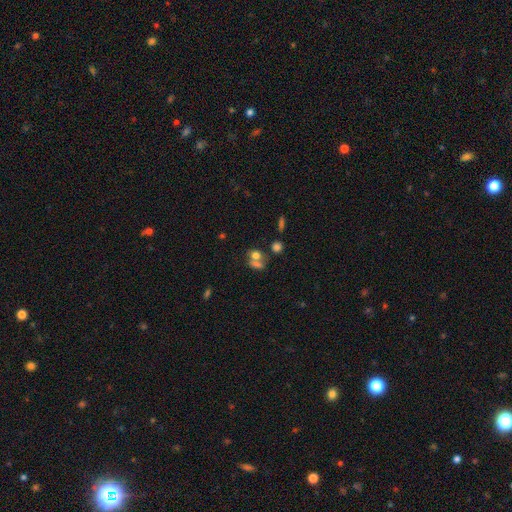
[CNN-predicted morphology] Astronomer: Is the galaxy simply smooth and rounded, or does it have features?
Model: smooth — 67%.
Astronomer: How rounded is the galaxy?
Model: round — 54% (runner-up: in between, 44%).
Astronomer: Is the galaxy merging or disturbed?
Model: merger — 50% (runner-up: none, 34%).